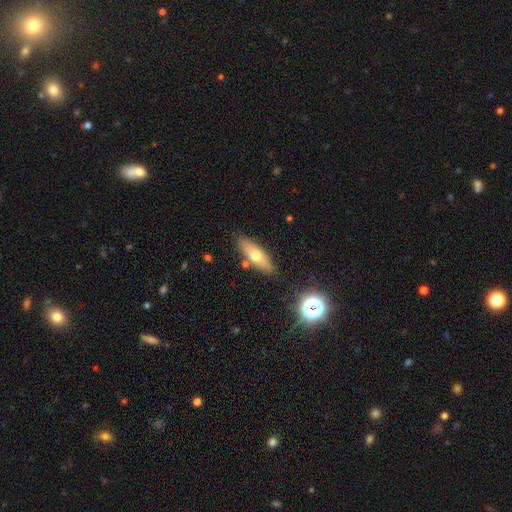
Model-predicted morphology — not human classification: smooth-or-featured: smooth: 59% | featured or disk: 33% | star or artifact: 8%
  how-rounded: in between: 53% | cigar-shaped: 43% | round: 3%
  merging: none: 81% | minor disturbance: 11% | merger: 5% | major disturbance: 3%